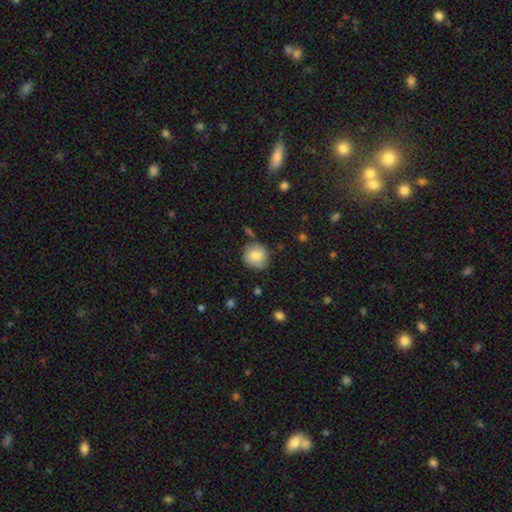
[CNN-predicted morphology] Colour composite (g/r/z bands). It shows a smooth galaxy with no disk features (78%) that is round (89%). Merging: none (78%).